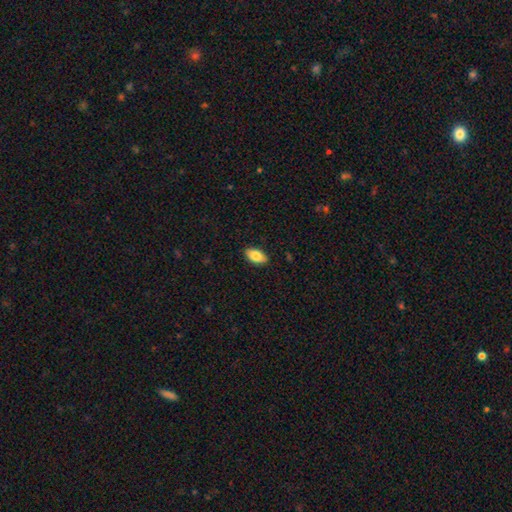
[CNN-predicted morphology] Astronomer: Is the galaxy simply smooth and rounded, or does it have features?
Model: smooth — 85%.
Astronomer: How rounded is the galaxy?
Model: in between — 94%.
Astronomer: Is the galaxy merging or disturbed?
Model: none — 89%.